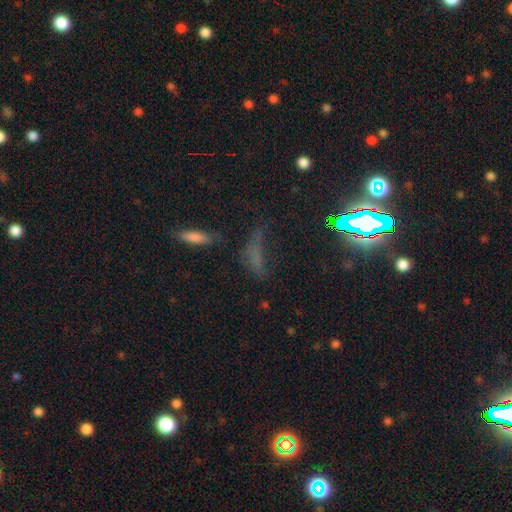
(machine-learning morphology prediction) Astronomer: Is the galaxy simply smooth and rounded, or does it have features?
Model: star or artifact — 41% (runner-up: smooth, 39%).